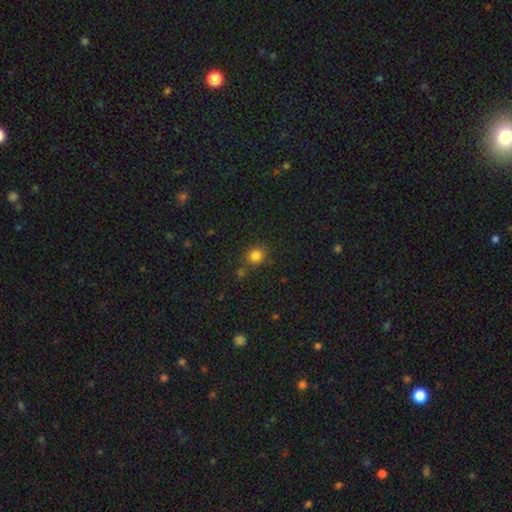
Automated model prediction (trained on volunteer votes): This is clearly a smooth galaxy (82%). How rounded: clearly round (83%). Merging: likely none (77%).